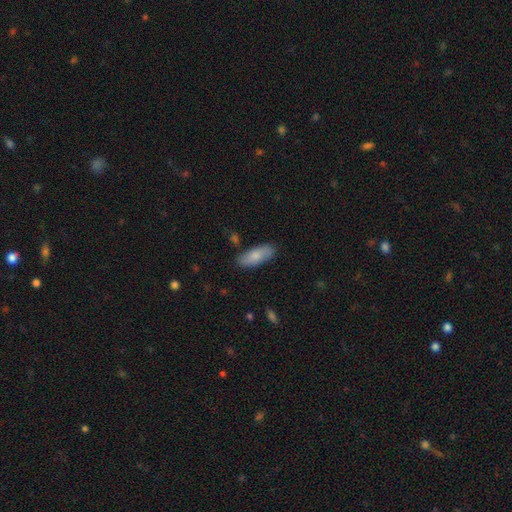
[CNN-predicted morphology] The model was most divided on "how rounded": in between: 75%, cigar-shaped: 23%, round: 2%. More confident: merging — none (82%); smooth or featured — smooth (79%).